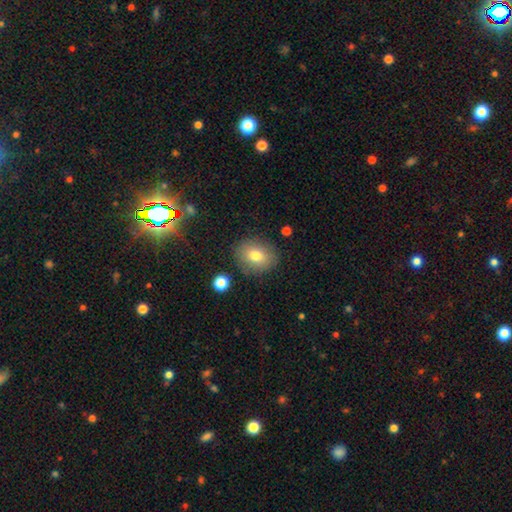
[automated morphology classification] A smooth galaxy with no disk features (78%) that is round (54%).

Vote fractions:
- Smooth or featured? smooth: 78% / featured or disk: 13% / star or artifact: 10%
- How rounded? round: 54% / in between: 45% / cigar-shaped: 1%
- Merging? none: 83% / minor disturbance: 11% / major disturbance: 3% / merger: 2%